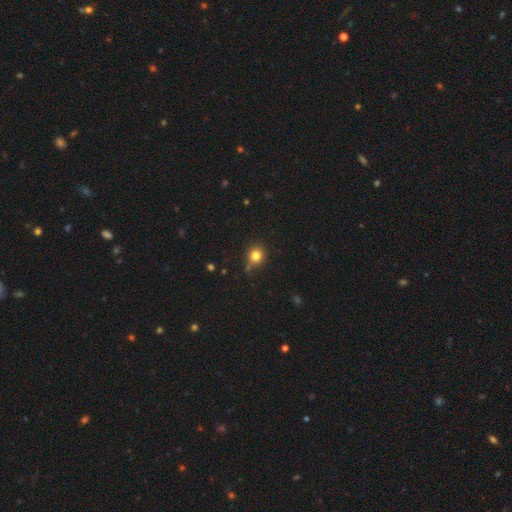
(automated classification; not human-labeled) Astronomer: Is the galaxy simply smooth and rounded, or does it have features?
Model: smooth — 80%.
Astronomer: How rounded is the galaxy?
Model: round — 86%.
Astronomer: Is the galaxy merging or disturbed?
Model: none — 75%.